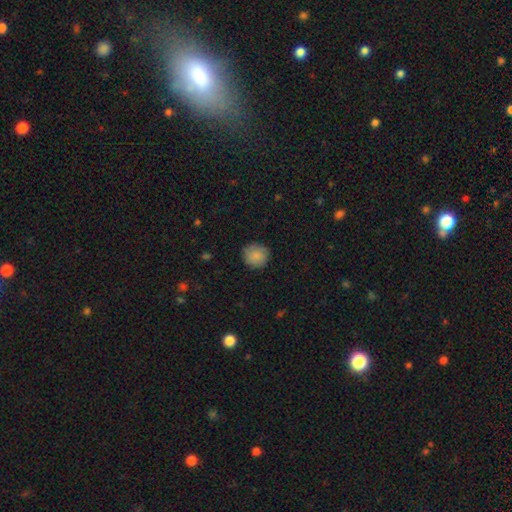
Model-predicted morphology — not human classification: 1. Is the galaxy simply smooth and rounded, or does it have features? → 87% smooth, 8% star or artifact, 5% featured or disk.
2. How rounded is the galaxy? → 92% round, 7% in between, 1% cigar-shaped.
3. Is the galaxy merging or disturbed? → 87% none, 10% minor disturbance, 2% major disturbance, 1% merger.